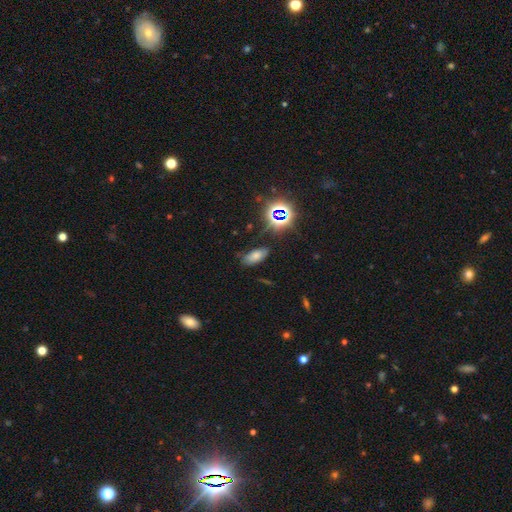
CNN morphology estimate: This appears to be a smooth galaxy with no disk features (61%) that is in between round and cigar-shaped (87%). Merging: none (74%).